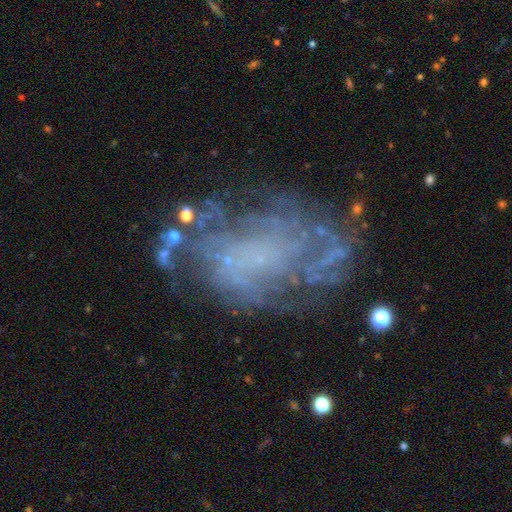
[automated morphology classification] Smooth or featured: featured or disk — 71% (smooth — 15%)
Edge-on disk: no — 97% (yes — 3%)
Bar: no — 77% (weak — 17%)
Spiral arms: yes — 64% (no — 36%)
Bulge size: none — 67% (small — 22%)
Merging: none — 56% (major disturbance — 21%)